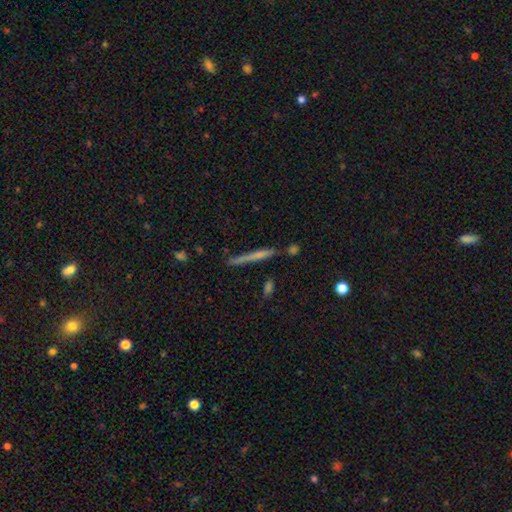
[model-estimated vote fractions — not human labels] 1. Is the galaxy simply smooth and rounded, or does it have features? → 51% smooth, 40% featured or disk, 9% star or artifact.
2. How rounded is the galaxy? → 95% cigar-shaped, 3% in between, 2% round.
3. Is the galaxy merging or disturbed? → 79% none, 13% minor disturbance, 5% merger, 3% major disturbance.